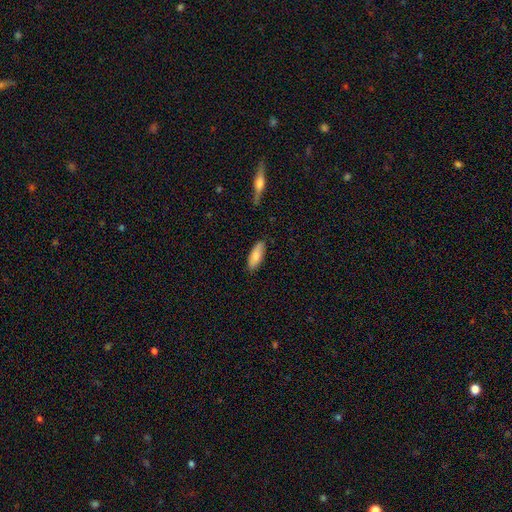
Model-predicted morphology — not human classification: smooth 81%, featured or disk 13%, star or artifact 6%. Down the decision tree: how rounded — in between (69%); merging — none (85%).